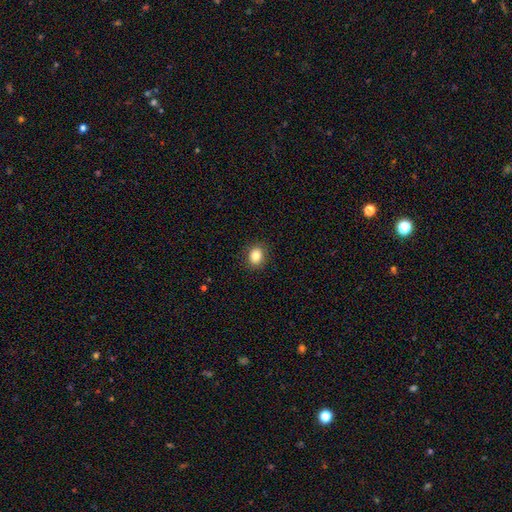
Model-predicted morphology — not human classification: Smooth or featured? smooth (83%)
How rounded? round (59%)
Merging? none (89%)